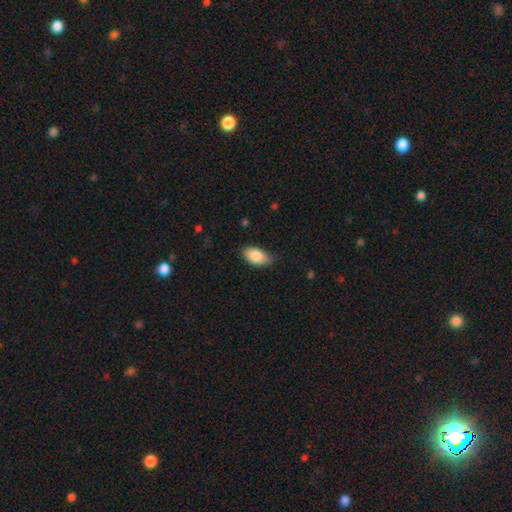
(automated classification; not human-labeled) Smooth or featured: smooth — 85% (featured or disk — 9%)
How rounded: in between — 94% (round — 4%)
Merging: none — 74% (minor disturbance — 22%)